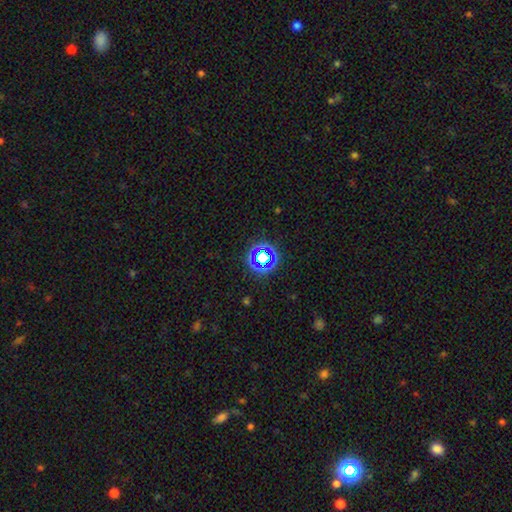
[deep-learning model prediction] Overall: star or artifact (65%).